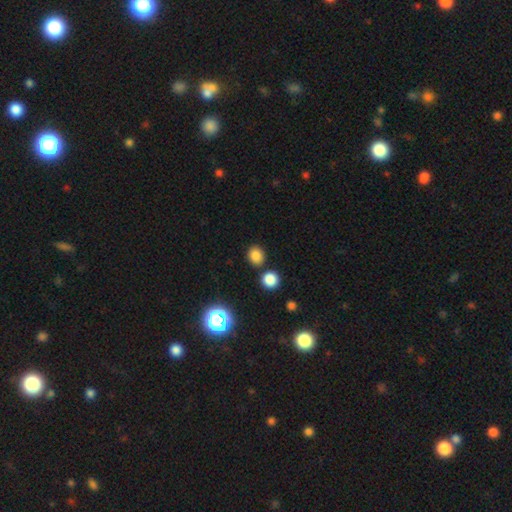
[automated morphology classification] Smooth or featured? smooth (81%)
How rounded? round (72%)
Merging? none (81%)